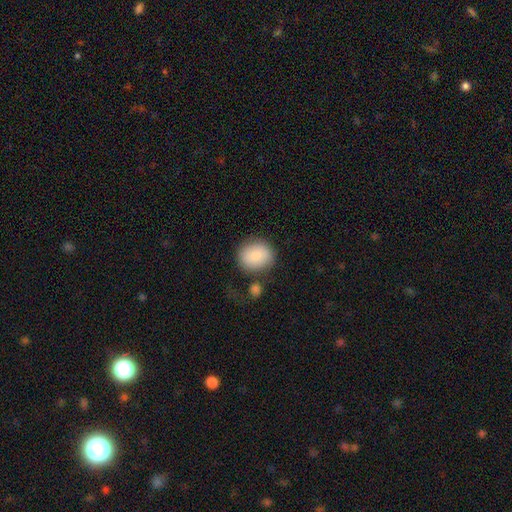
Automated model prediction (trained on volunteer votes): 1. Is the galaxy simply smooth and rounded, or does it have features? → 84% smooth, 9% featured or disk, 7% star or artifact.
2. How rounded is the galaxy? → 74% round, 25% in between, 1% cigar-shaped.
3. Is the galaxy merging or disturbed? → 71% none, 15% minor disturbance, 8% merger, 6% major disturbance.